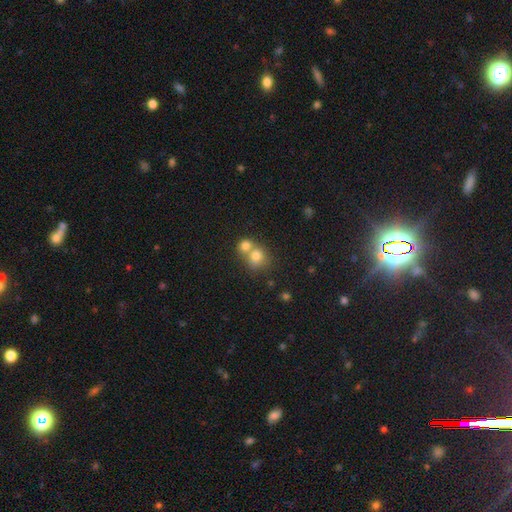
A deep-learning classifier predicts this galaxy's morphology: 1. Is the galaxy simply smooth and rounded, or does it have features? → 77% smooth, 12% featured or disk, 11% star or artifact.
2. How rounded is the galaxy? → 78% round, 21% in between, 1% cigar-shaped.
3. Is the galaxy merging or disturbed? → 58% merger, 33% none, 6% minor disturbance, 3% major disturbance.